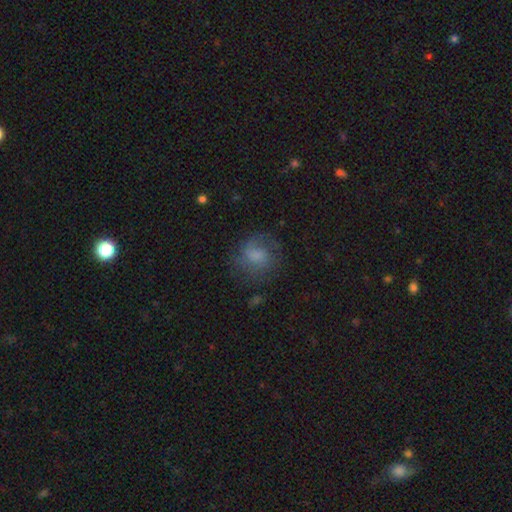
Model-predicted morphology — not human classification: Smooth or featured: smooth — 56% (featured or disk — 32%)
How rounded: round — 71% (in between — 28%)
Merging: none — 60% (minor disturbance — 21%)